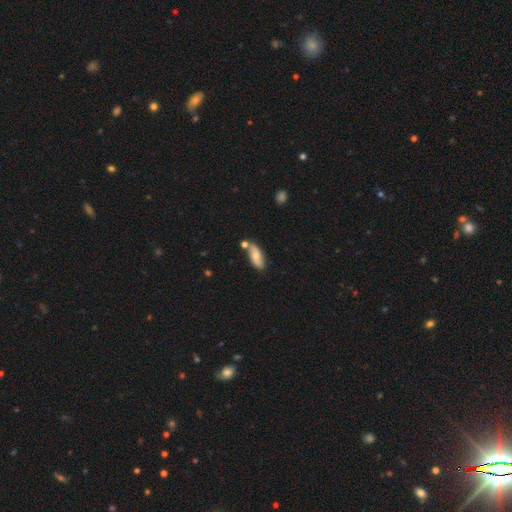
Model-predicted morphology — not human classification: smooth-or-featured: smooth: 69% | featured or disk: 24% | star or artifact: 7%
  how-rounded: in between: 74% | cigar-shaped: 23% | round: 3%
  merging: none: 67% | minor disturbance: 17% | merger: 13% | major disturbance: 3%